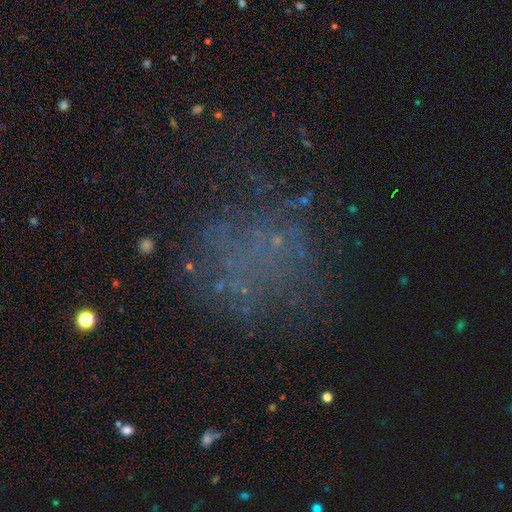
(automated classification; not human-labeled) A star or artifact, not a galaxy (40%).

Vote fractions:
- Smooth or featured? star or artifact: 40% / smooth: 31% / featured or disk: 29%